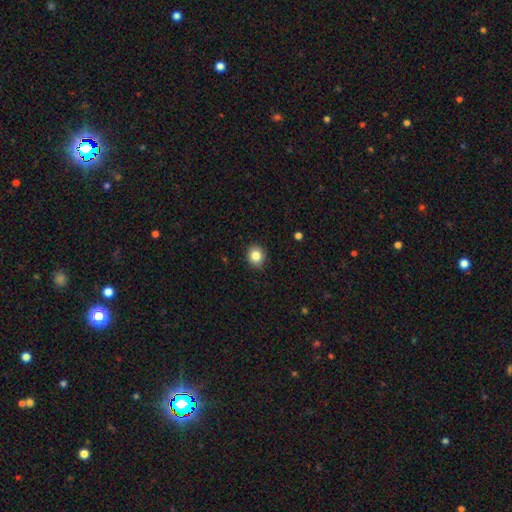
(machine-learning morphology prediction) Q: Smooth or featured?
A: smooth (84%); runner-up: star or artifact (10%)
Q: How rounded?
A: round (74%); runner-up: in between (25%)
Q: Merging?
A: none (91%); runner-up: minor disturbance (6%)